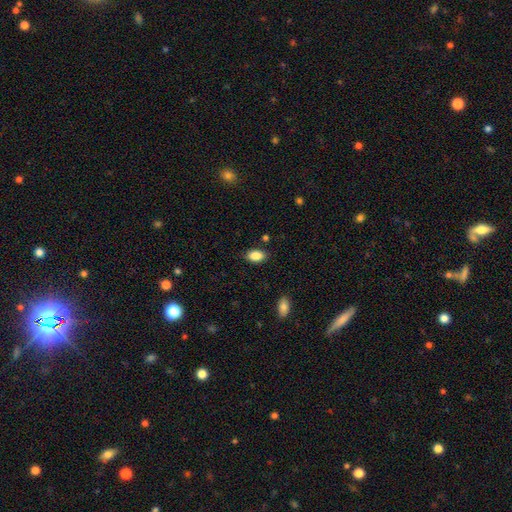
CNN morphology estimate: This appears to be a smooth galaxy with no disk features (88%) that is in between round and cigar-shaped (91%). Merging: none (85%).